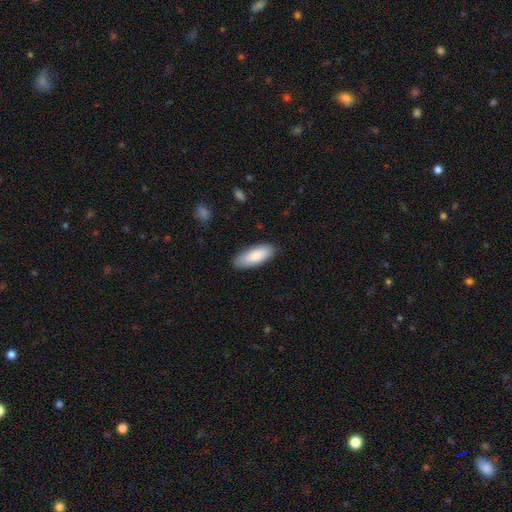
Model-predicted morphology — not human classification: Smooth or featured? smooth (85%)
How rounded? in between (76%)
Merging? none (86%)